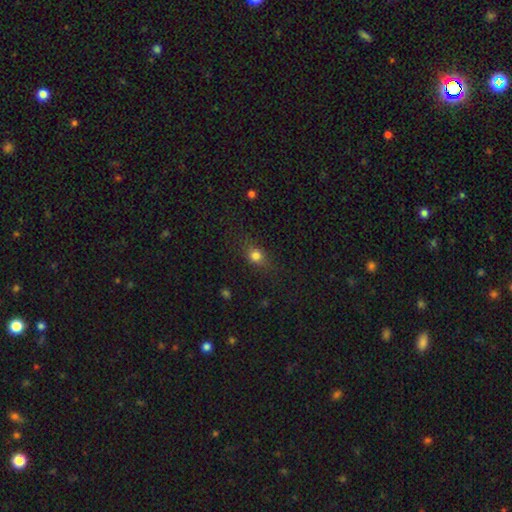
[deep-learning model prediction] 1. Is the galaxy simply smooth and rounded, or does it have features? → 74% smooth, 14% star or artifact, 11% featured or disk.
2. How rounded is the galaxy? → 53% round, 41% in between, 6% cigar-shaped.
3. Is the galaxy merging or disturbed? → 77% none, 16% minor disturbance, 6% major disturbance, 1% merger.